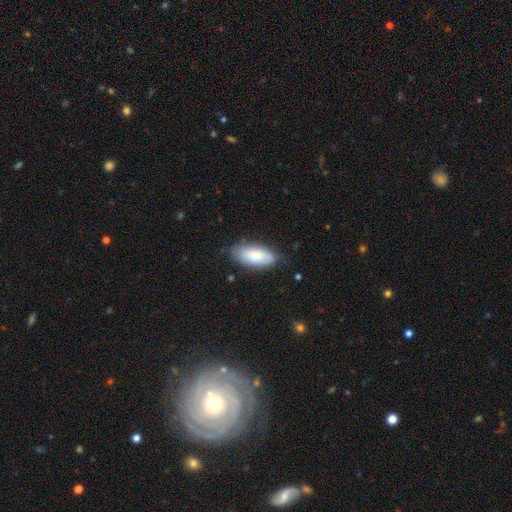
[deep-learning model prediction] Smooth or featured? smooth (78%)
How rounded? in between (90%)
Merging? none (75%)